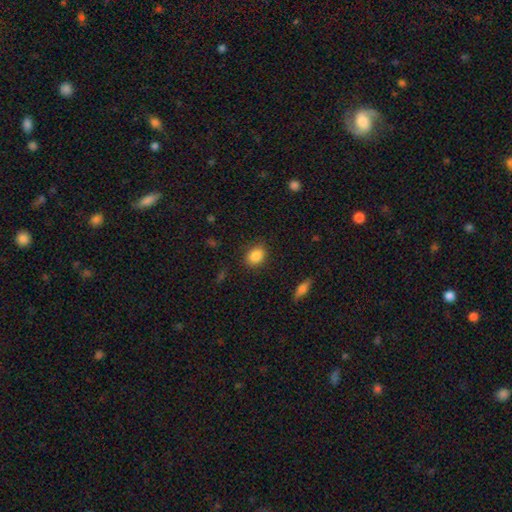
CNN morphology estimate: type=smooth (86%); roundness=in between (57%); merging=none (85%).